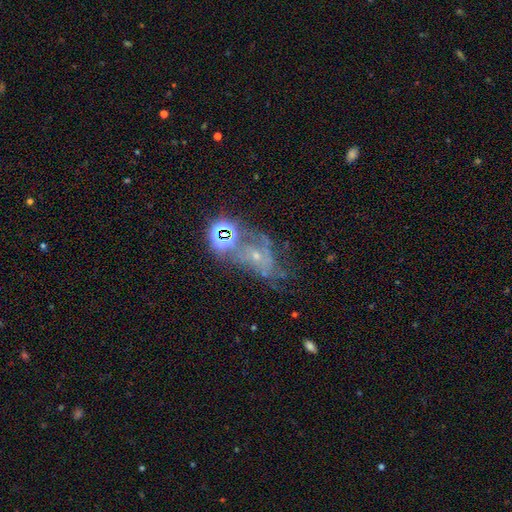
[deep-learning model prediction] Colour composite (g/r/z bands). It shows a featured or disk galaxy (56%) with no bar (70%), spiral arms (74%) and a small central bulge (70%). Merging: none (41%).